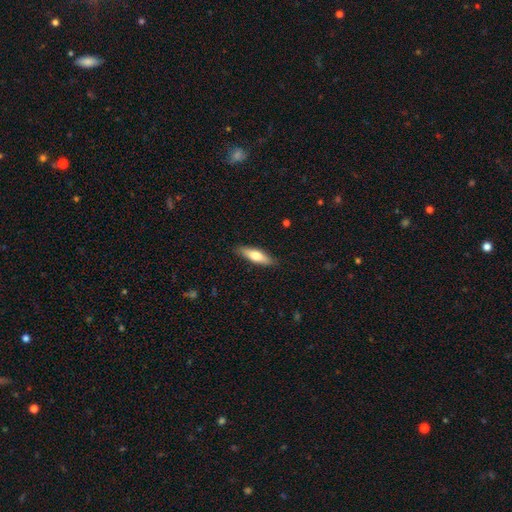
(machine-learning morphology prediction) smooth 62%, featured or disk 32%, star or artifact 6%. Down the decision tree: how rounded — cigar-shaped (55%); merging — none (87%).